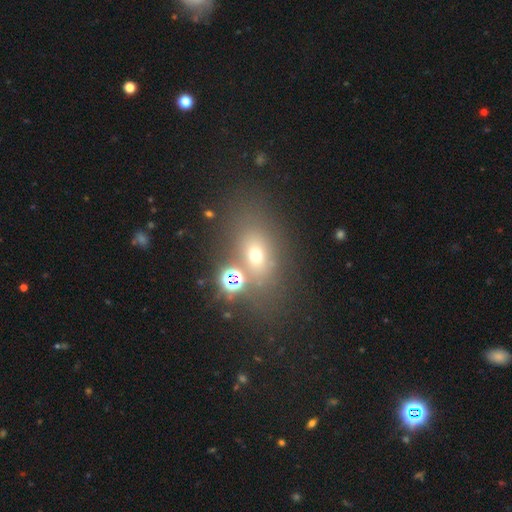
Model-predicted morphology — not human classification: Smooth or featured? smooth (55%)
How rounded? in between (67%)
Merging? none (65%)